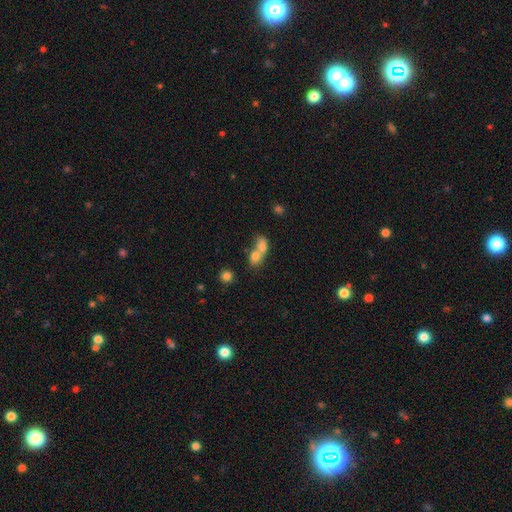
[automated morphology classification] Overall: smooth (72%). How rounded: in between (54%; round 43%). Merging: merger (74%).